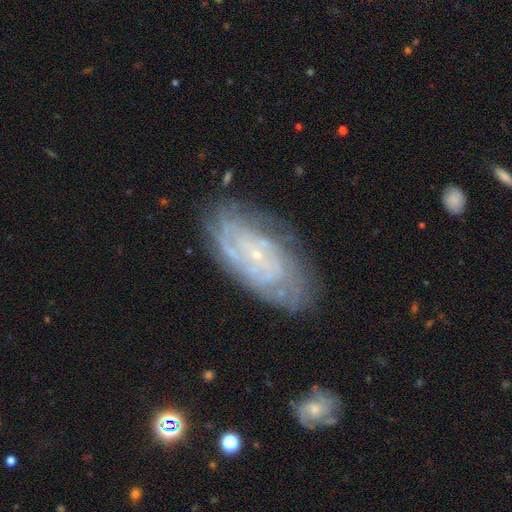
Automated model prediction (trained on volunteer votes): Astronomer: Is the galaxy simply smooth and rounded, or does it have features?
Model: featured or disk — 82%.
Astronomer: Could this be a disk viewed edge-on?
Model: no — 94%.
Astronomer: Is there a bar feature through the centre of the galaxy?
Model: no — 72%.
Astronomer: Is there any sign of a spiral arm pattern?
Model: yes — 94%.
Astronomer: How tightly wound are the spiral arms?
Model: tight — 74%.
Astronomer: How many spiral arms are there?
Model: can't tell — 41%.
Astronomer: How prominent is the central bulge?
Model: small — 87%.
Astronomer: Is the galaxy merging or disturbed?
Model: none — 74%.